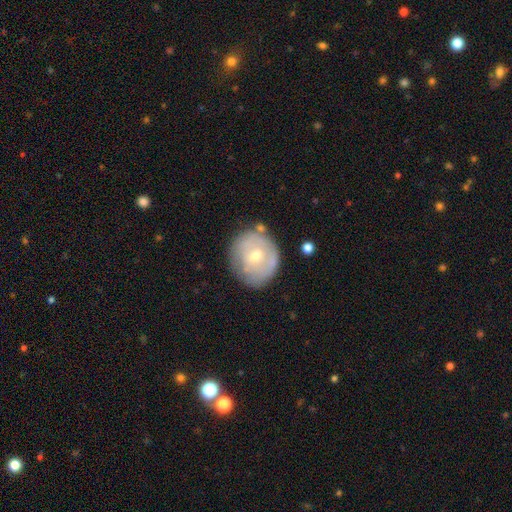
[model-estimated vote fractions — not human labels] A featured or disk galaxy (48%).

Vote fractions:
- Smooth or featured? featured or disk: 48% / smooth: 44% / star or artifact: 8%
- Merging? none: 69% / minor disturbance: 20% / major disturbance: 6% / merger: 5%